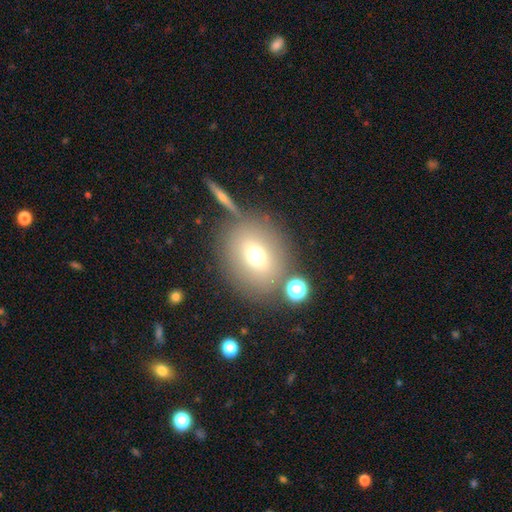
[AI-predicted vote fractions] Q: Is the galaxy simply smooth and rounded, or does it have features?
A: smooth — 65%.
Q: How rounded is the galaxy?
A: round — 66%.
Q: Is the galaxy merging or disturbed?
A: none — 73%.